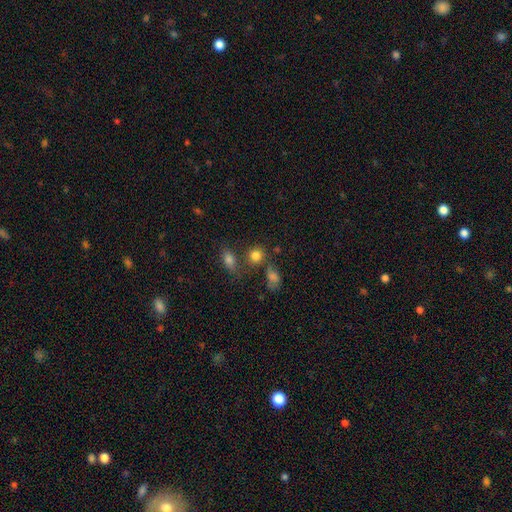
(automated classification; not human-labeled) A smooth galaxy with no disk features (80%) that is round (75%).

Vote fractions:
- Smooth or featured? smooth: 80% / star or artifact: 12% / featured or disk: 7%
- How rounded? round: 75% / in between: 23% / cigar-shaped: 2%
- Merging? none: 60% / merger: 22% / minor disturbance: 12% / major disturbance: 6%